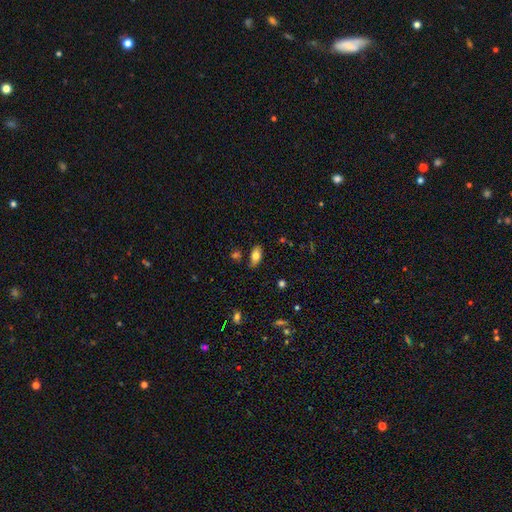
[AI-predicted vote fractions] The model was most divided on "smooth or featured": smooth: 76%, featured or disk: 15%, star or artifact: 8%. More confident: how rounded — in between (89%); merging — none (78%).